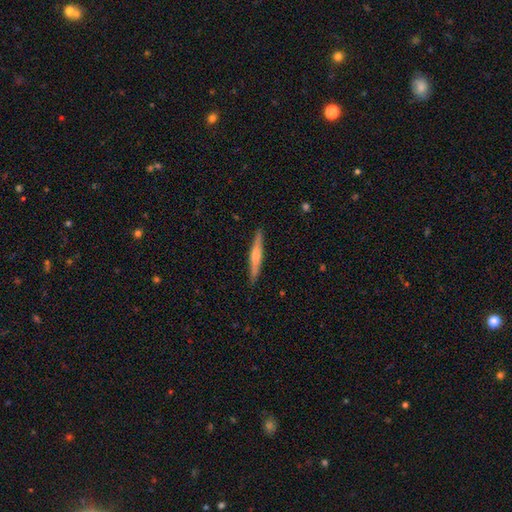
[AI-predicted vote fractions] Q: Smooth or featured?
A: featured or disk (48%); runner-up: smooth (46%)
Q: Merging?
A: none (89%); runner-up: minor disturbance (8%)